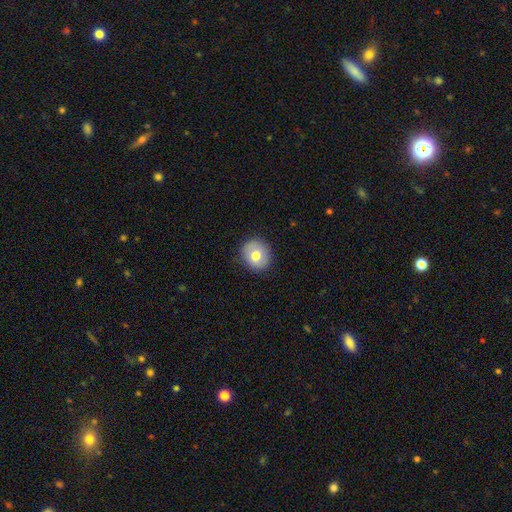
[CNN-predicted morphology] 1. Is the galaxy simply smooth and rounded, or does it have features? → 73% smooth, 19% featured or disk, 8% star or artifact.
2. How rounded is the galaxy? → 78% round, 21% in between, 1% cigar-shaped.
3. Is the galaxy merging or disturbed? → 85% none, 11% minor disturbance, 3% major disturbance, 1% merger.